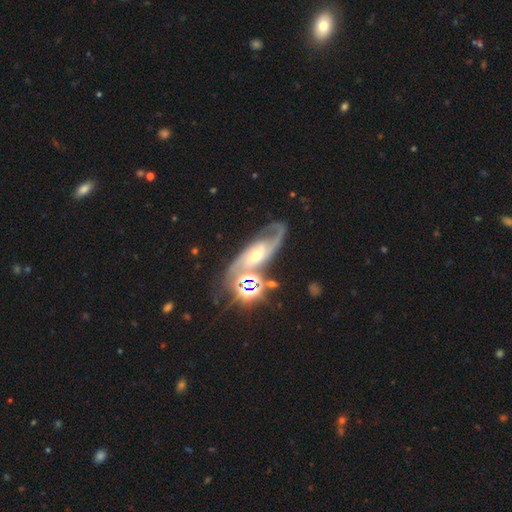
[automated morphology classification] featured or disk 77%, star or artifact 14%, smooth 9%. Down the decision tree: edge-on disk — no (93%); bar — no (44%); spiral arms — yes (95%); spiral arm count — 2 (77%); spiral winding — medium (48%); bulge size — moderate (54%); merging — none (59%).